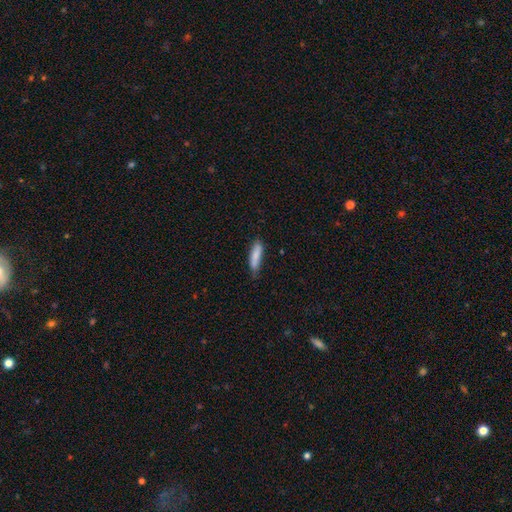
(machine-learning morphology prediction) This appears to be a smooth galaxy with no disk features (84%) that is cigar-shaped (71%). Merging: none (68%).